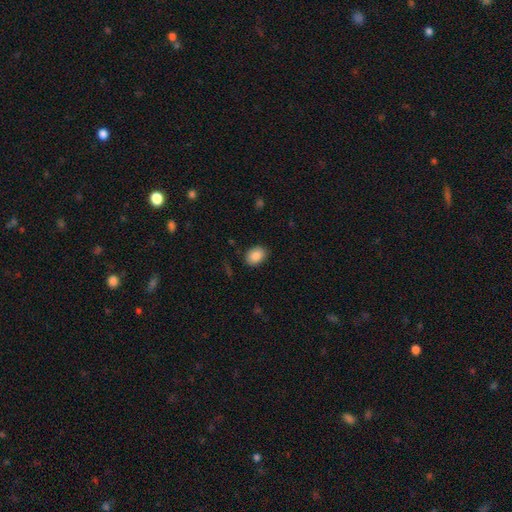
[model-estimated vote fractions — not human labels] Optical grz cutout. It shows a smooth galaxy with no disk features (87%) that is in between round and cigar-shaped (70%). Merging: none (87%).